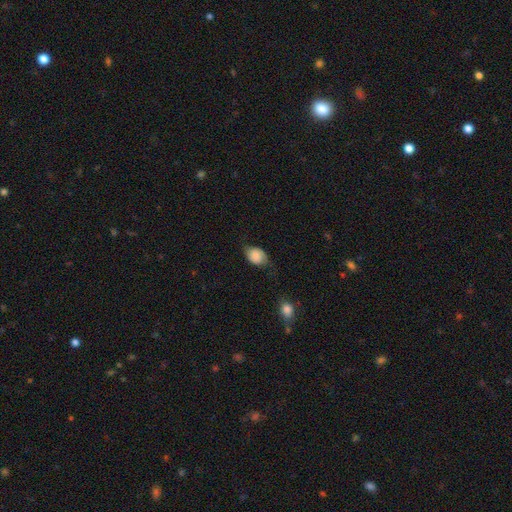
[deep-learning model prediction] Smooth or featured? smooth (71%)
How rounded? in between (70%)
Merging? none (55%)